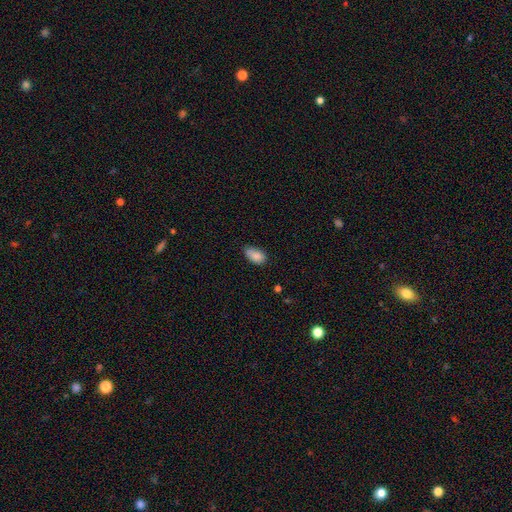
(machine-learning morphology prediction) Overall: smooth (84%). How rounded: in between (91%). Merging: none (56%; minor disturbance 35%).